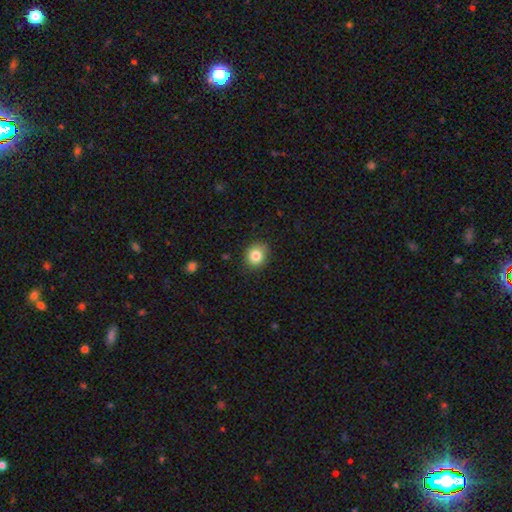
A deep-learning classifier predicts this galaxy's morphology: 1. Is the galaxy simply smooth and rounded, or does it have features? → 84% smooth, 10% star or artifact, 6% featured or disk.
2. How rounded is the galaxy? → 73% round, 26% in between, 1% cigar-shaped.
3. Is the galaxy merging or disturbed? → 85% none, 12% minor disturbance, 2% major disturbance, 1% merger.